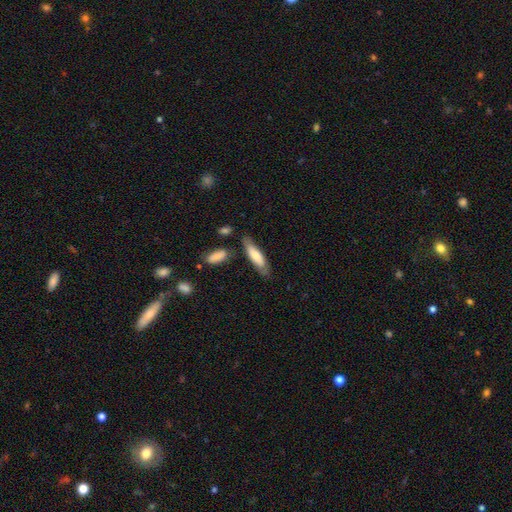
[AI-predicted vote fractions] A smooth galaxy with no disk features (68%) that is cigar-shaped (62%).

Vote fractions:
- Smooth or featured? smooth: 68% / featured or disk: 27% / star or artifact: 6%
- How rounded? cigar-shaped: 62% / in between: 37% / round: 2%
- Merging? none: 72% / minor disturbance: 17% / merger: 6% / major disturbance: 5%